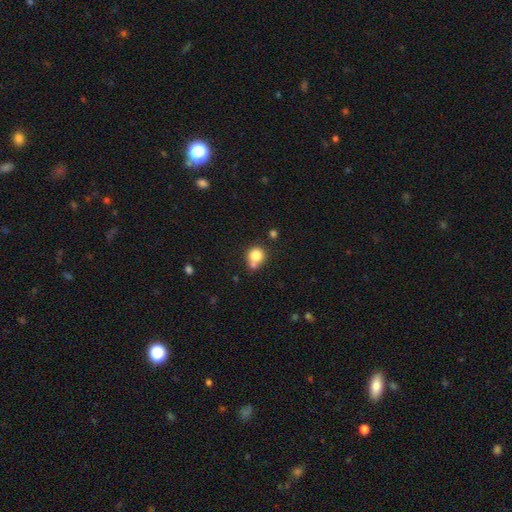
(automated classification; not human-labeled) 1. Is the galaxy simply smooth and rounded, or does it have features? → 82% smooth, 10% star or artifact, 8% featured or disk.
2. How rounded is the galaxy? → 84% round, 15% in between, 1% cigar-shaped.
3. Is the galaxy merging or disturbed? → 50% none, 32% merger, 13% minor disturbance, 5% major disturbance.